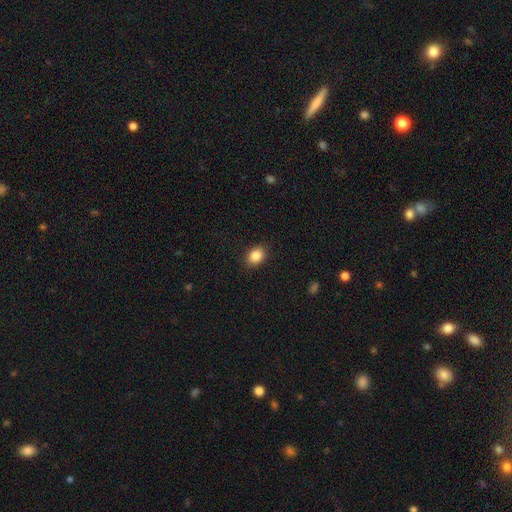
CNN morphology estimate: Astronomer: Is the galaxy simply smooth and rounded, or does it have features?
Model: smooth — 87%.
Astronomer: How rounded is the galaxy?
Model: in between — 64%.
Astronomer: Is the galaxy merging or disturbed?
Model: none — 88%.